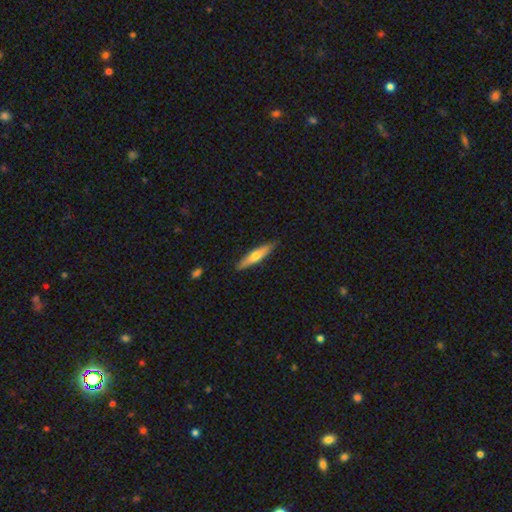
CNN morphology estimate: smooth_or_featured: smooth (p=0.55) [alt: featured or disk p=0.40]
how_rounded: cigar-shaped (p=0.82) [alt: in between p=0.16]
merging: none (p=0.88) [alt: minor disturbance p=0.10]